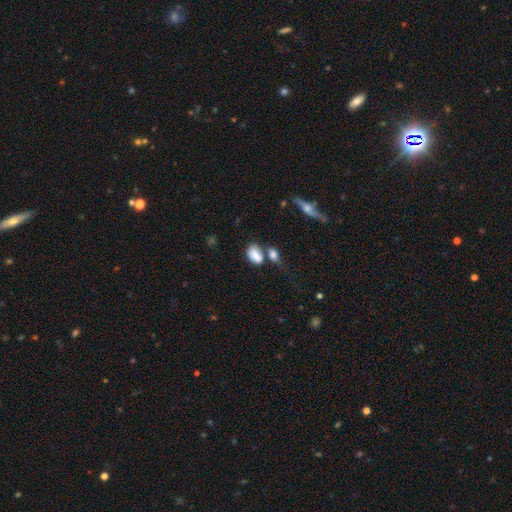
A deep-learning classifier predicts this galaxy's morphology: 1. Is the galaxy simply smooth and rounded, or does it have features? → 81% smooth, 11% featured or disk, 8% star or artifact.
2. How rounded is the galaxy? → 85% in between, 13% round, 2% cigar-shaped.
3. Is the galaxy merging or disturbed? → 42% merger, 35% none, 15% minor disturbance, 8% major disturbance.